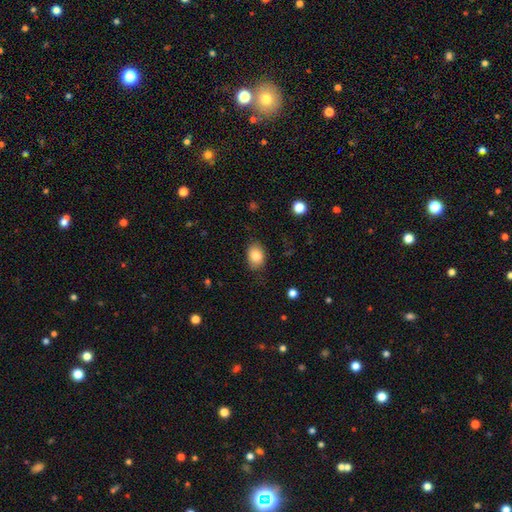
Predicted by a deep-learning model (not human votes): smooth 83%, star or artifact 8%, featured or disk 8%. Down the decision tree: how rounded — in between (70%); merging — none (77%).